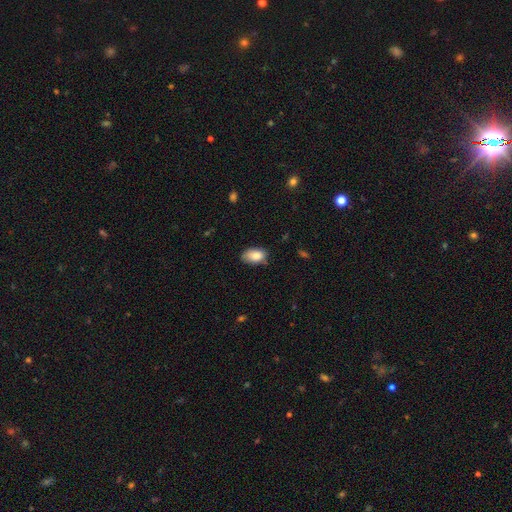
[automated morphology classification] Q: Smooth or featured?
A: smooth (86%); runner-up: star or artifact (7%)
Q: How rounded?
A: in between (92%); runner-up: round (6%)
Q: Merging?
A: none (65%); runner-up: minor disturbance (28%)